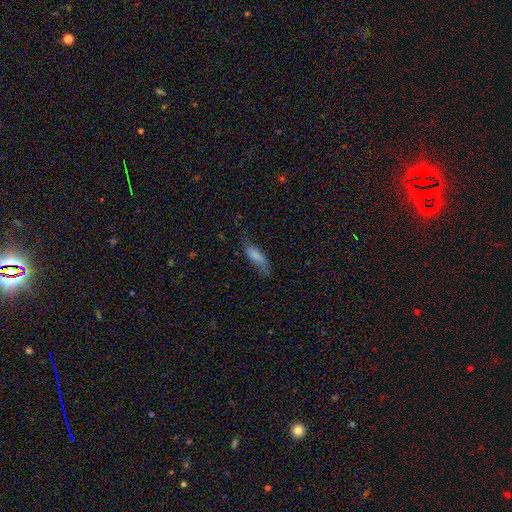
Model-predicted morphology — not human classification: This is likely a smooth galaxy (77%). How rounded: possibly in between (53%). Merging: possibly none (56%).